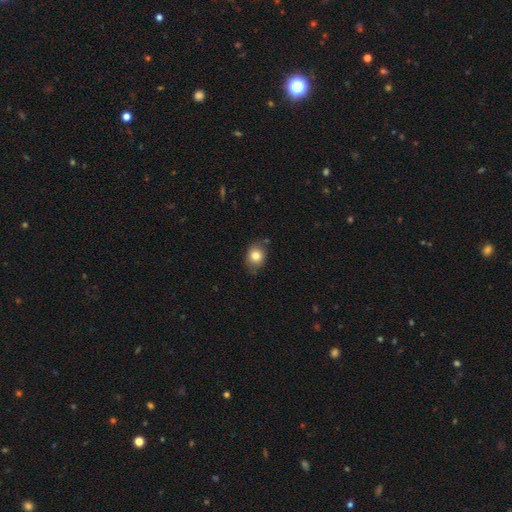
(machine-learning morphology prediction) Smooth or featured: smooth — 81% (featured or disk — 10%)
How rounded: round — 54% (in between — 45%)
Merging: none — 73% (minor disturbance — 20%)